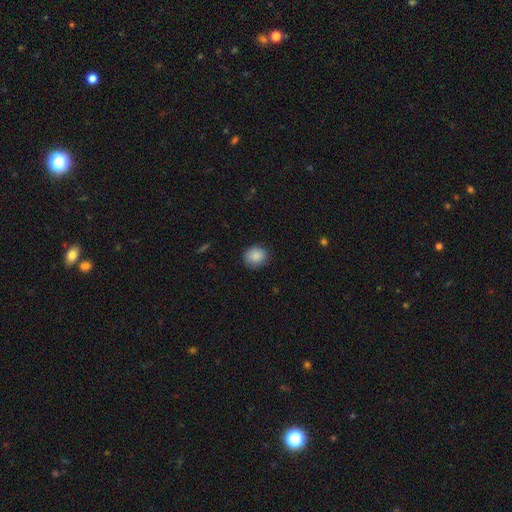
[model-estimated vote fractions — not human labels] smooth-or-featured: smooth: 88% | star or artifact: 8% | featured or disk: 4%
  how-rounded: round: 75% | in between: 24% | cigar-shaped: 1%
  merging: none: 84% | minor disturbance: 12% | major disturbance: 3% | merger: 1%